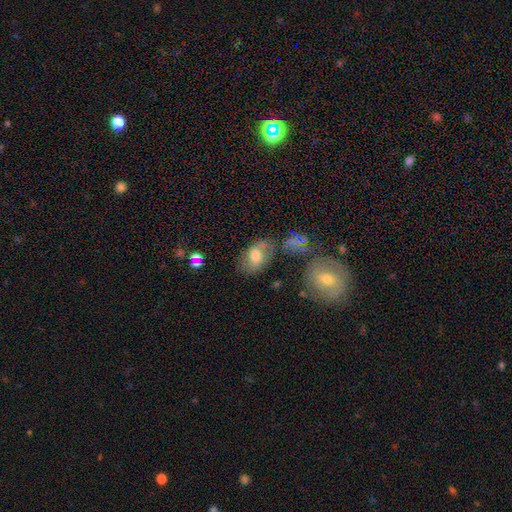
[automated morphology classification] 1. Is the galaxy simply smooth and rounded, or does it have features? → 65% smooth, 25% featured or disk, 10% star or artifact.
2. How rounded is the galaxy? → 85% in between, 13% round, 2% cigar-shaped.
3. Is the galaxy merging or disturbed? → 55% none, 22% minor disturbance, 13% merger, 10% major disturbance.